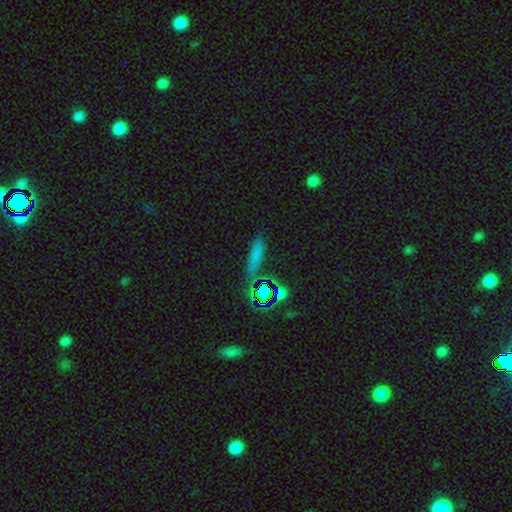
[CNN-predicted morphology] Smooth or featured? Predicted: smooth (p=0.63). How rounded? Predicted: cigar-shaped (p=0.76). Merging? Predicted: none (p=0.74).